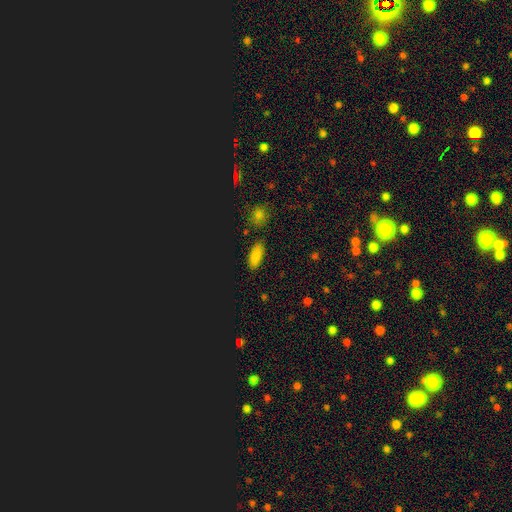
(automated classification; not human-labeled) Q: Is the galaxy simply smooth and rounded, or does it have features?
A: smooth — 77%.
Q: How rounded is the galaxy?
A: in between — 85%.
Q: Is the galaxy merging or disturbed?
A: none — 83%.